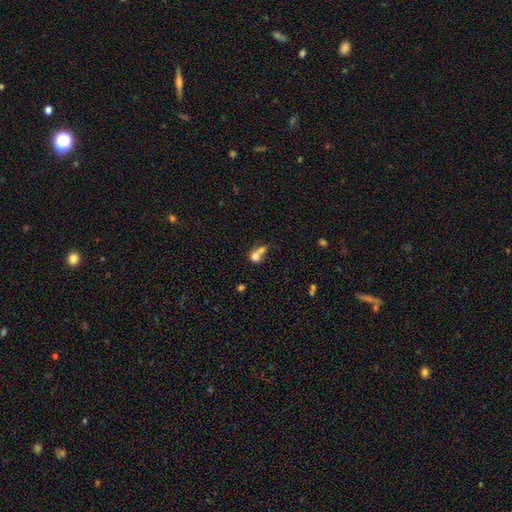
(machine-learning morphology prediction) This appears to be a smooth galaxy with no disk features (72%) that is round (56%). Merging: merger (67%).